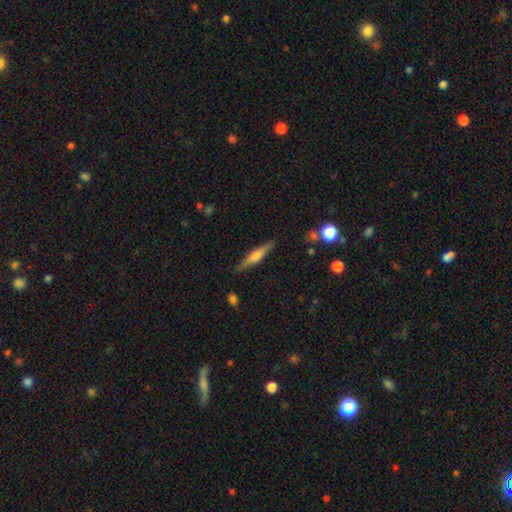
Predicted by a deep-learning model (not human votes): This is possibly a featured or disk galaxy (52%). It is clearly viewed edge-on (95%). Merging: clearly none (87%).